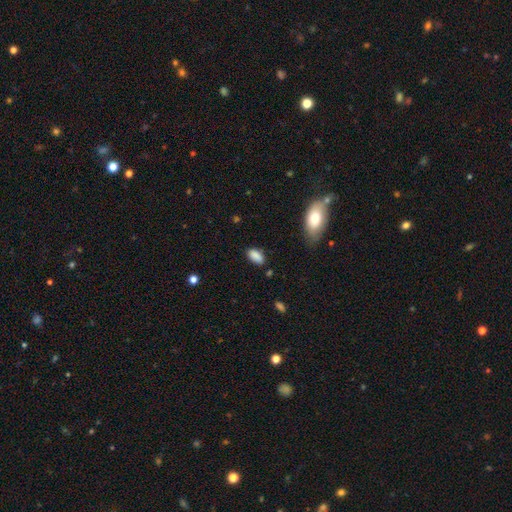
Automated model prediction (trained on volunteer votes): This is clearly a smooth galaxy (87%). How rounded: clearly in between (91%). Merging: likely none (79%).